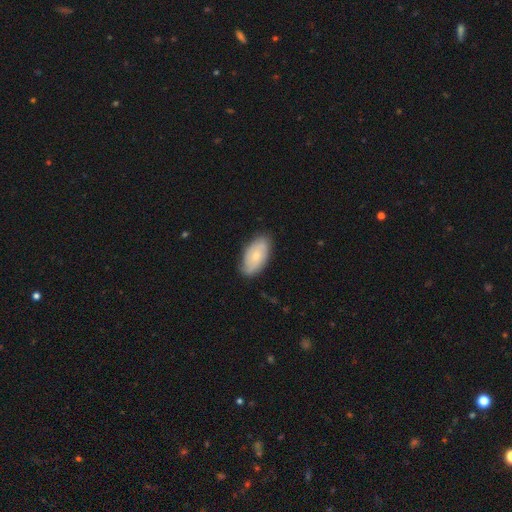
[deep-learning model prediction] This appears to be a smooth galaxy with no disk features (58%) that is in between round and cigar-shaped (93%). Merging: none (79%).